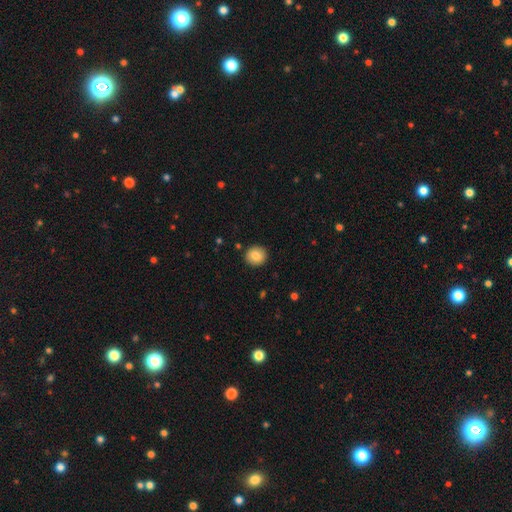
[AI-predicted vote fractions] A smooth galaxy with no disk features (85%) that is round (91%). Merging: none (92%).